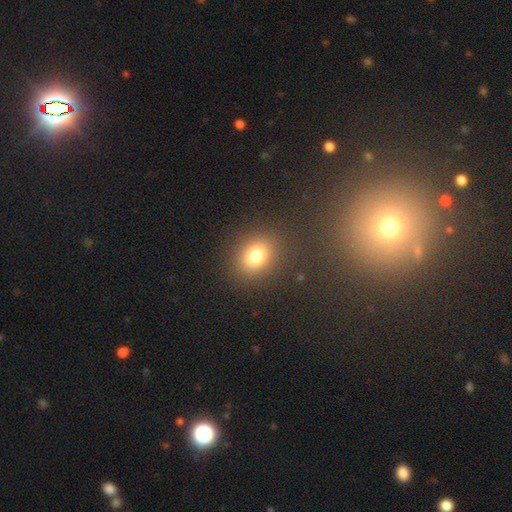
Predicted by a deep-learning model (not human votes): A smooth galaxy with no disk features (77%) that is round (58%). Merging: none (85%).